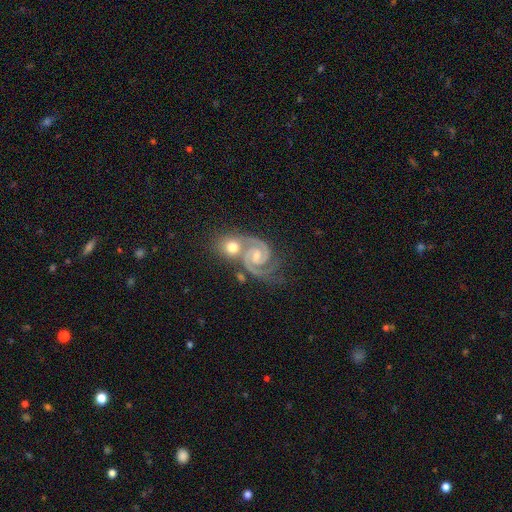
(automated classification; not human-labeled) Q: Smooth or featured?
A: featured or disk (86%); runner-up: star or artifact (7%)
Q: Edge-on disk?
A: no (97%); runner-up: yes (3%)
Q: Bar?
A: no (59%); runner-up: weak (33%)
Q: Spiral arms?
A: yes (97%); runner-up: no (3%)
Q: Spiral winding?
A: medium (49%); runner-up: tight (40%)
Q: Spiral arm count?
A: 2 (85%); runner-up: can't tell (5%)
Q: Bulge size?
A: moderate (49%); runner-up: small (44%)
Q: Merging?
A: none (45%); runner-up: merger (35%)